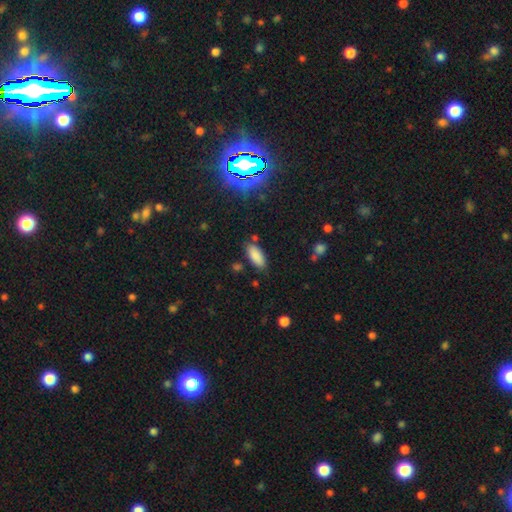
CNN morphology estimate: Overall: smooth (87%). How rounded: in between (85%). Merging: none (81%).